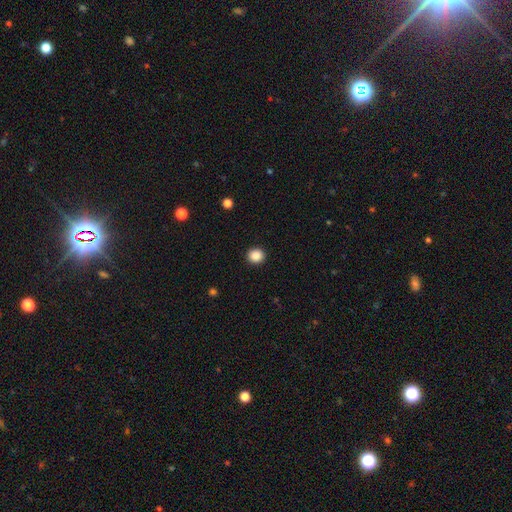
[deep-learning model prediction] The model was most divided on "smooth or featured": smooth: 88%, star or artifact: 9%, featured or disk: 2%. More confident: merging — none (92%); how rounded — round (89%).